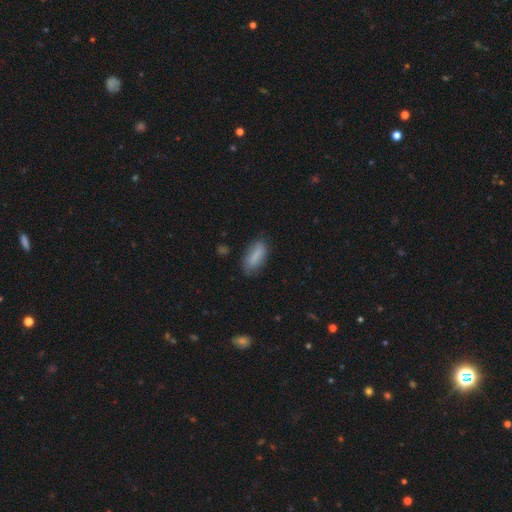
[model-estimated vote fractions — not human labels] smooth-or-featured: smooth: 81% | featured or disk: 12% | star or artifact: 7%
  how-rounded: in between: 76% | cigar-shaped: 21% | round: 3%
  merging: none: 69% | minor disturbance: 23% | major disturbance: 5% | merger: 2%